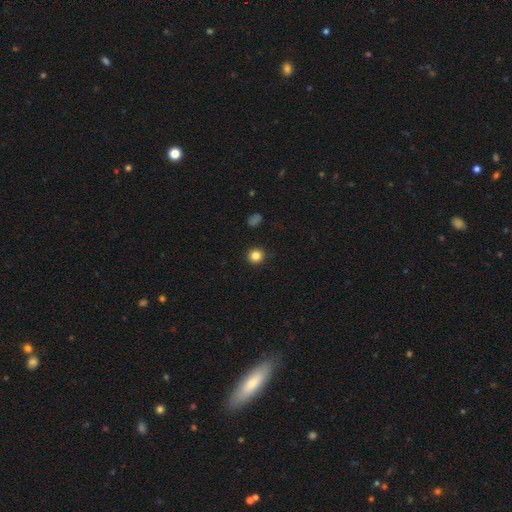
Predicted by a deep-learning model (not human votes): smooth 84%, star or artifact 11%, featured or disk 5%. Down the decision tree: how rounded — round (93%); merging — none (92%).